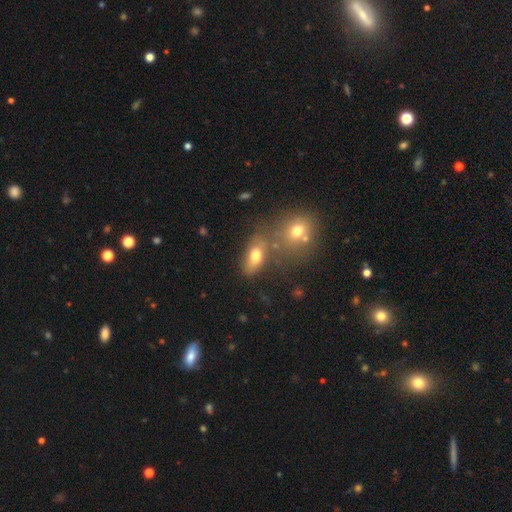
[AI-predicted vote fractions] Morphology: type=smooth (73%); roundness=in between (79%); merging=none (50%).